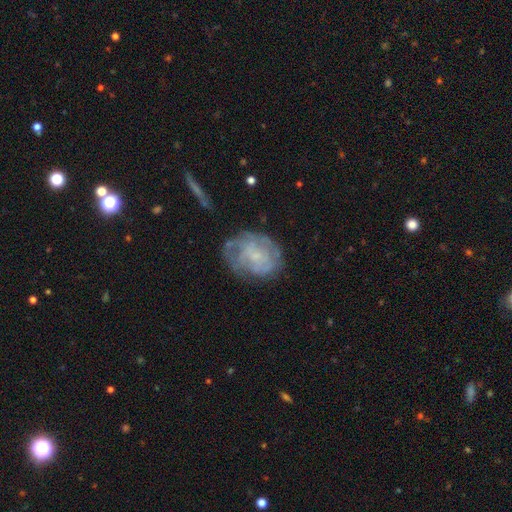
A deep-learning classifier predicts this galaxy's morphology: A featured or disk galaxy (64%) with no bar (75%), spiral arms (68%) and a small central bulge (61%).

Vote fractions:
- Smooth or featured? featured or disk: 64% / smooth: 27% / star or artifact: 9%
- Edge-on disk? no: 97% / yes: 3%
- Bar? no: 75% / weak: 22% / strong: 3%
- Spiral arms? yes: 68% / no: 32%
- Bulge size? small: 61% / none: 20% / moderate: 16% / large: 2% / dominant: 1%
- Merging? none: 62% / minor disturbance: 23% / major disturbance: 14% / merger: 2%